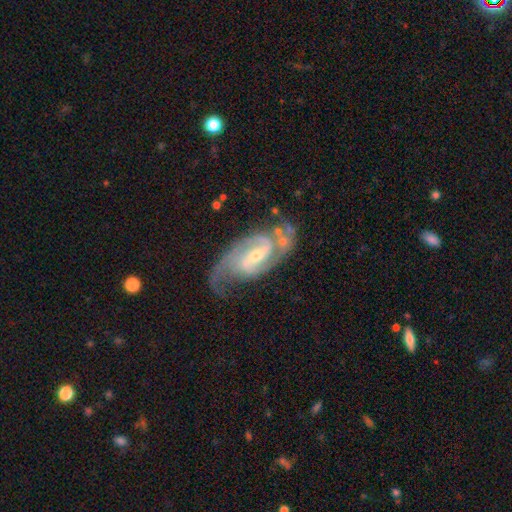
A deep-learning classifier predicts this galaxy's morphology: featured or disk 90%, star or artifact 5%, smooth 5%. Down the decision tree: edge-on disk — no (97%); bar — weak (49%); spiral arms — yes (98%); spiral arm count — 2 (77%); spiral winding — medium (52%); bulge size — small (57%); merging — none (59%).